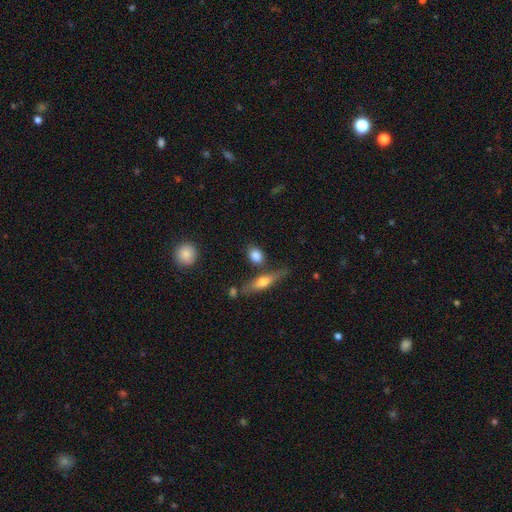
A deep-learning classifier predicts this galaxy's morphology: A smooth galaxy with no disk features (81%) that is in between round and cigar-shaped (59%).

Vote fractions:
- Smooth or featured? smooth: 81% / featured or disk: 11% / star or artifact: 8%
- How rounded? in between: 59% / round: 34% / cigar-shaped: 8%
- Merging? none: 70% / minor disturbance: 13% / merger: 12% / major disturbance: 4%